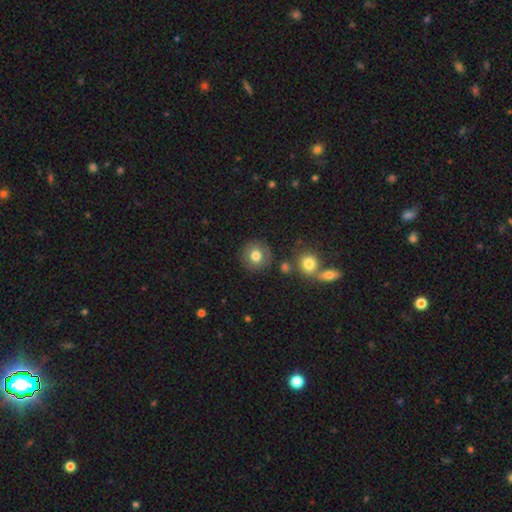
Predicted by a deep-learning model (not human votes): Q: Smooth or featured?
A: smooth (77%); runner-up: featured or disk (13%)
Q: How rounded?
A: round (91%); runner-up: in between (8%)
Q: Merging?
A: none (85%); runner-up: minor disturbance (8%)